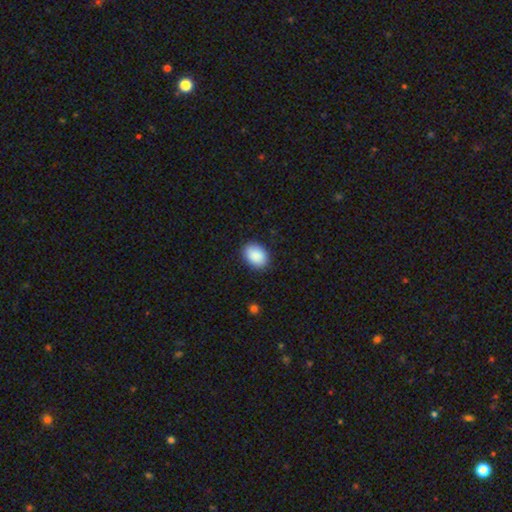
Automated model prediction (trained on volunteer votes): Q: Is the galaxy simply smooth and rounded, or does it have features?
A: smooth — 90%.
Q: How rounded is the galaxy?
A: in between — 79%.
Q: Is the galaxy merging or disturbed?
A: none — 88%.